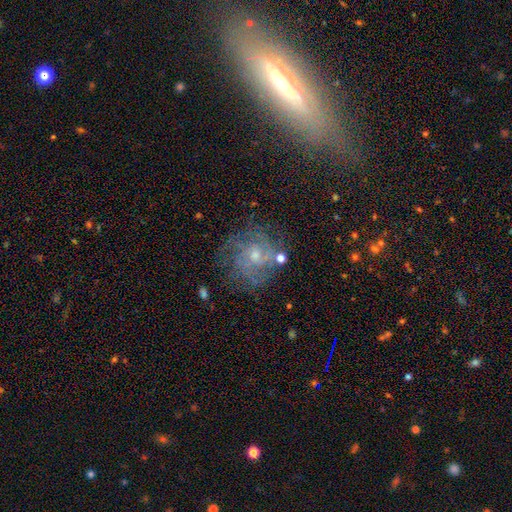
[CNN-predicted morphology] The model was most divided on "spiral winding": tight: 55%, medium: 34%, loose: 11%. Remaining: edge-on disk — no (98%); spiral arms — yes (89%); smooth or featured — featured or disk (74%); bar — no (71%); merging — none (70%); bulge size — small (57%); spiral arm count — can't tell (41%).